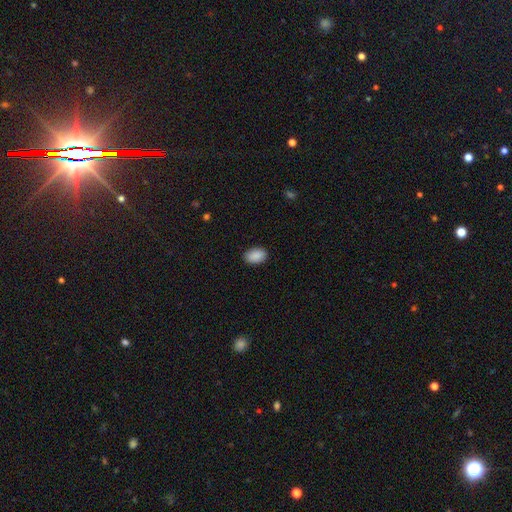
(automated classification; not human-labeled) A smooth galaxy with no disk features (90%) that is in between round and cigar-shaped (88%).

Vote fractions:
- Smooth or featured? smooth: 90% / star or artifact: 7% / featured or disk: 3%
- How rounded? in between: 88% / round: 11% / cigar-shaped: 1%
- Merging? none: 87% / minor disturbance: 9% / major disturbance: 2% / merger: 1%